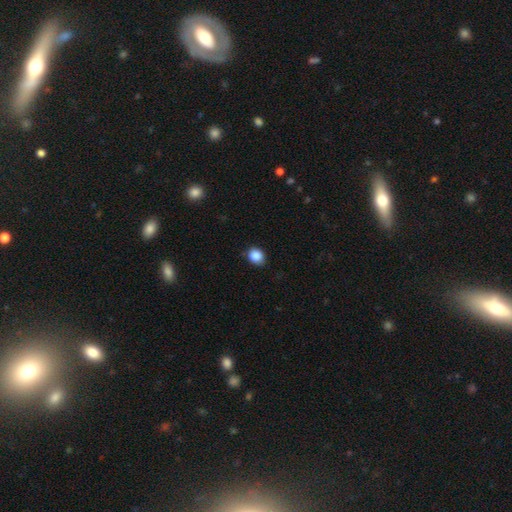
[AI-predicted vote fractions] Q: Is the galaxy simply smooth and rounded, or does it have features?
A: smooth — 88%.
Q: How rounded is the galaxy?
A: round — 60%.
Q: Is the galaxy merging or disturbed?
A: none — 83%.